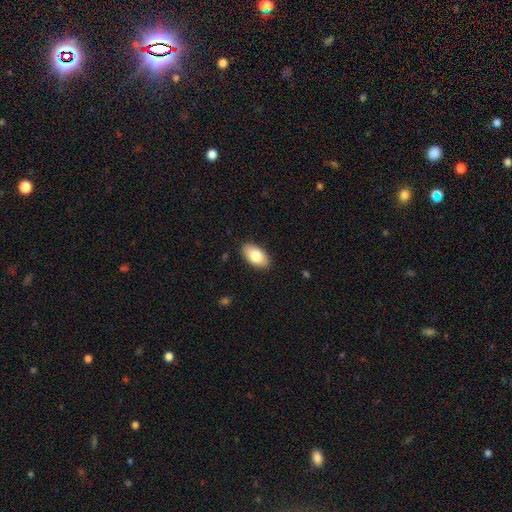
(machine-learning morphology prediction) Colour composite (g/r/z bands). It shows a smooth galaxy with no disk features (80%) that is in between round and cigar-shaped (94%). Merging: none (88%).